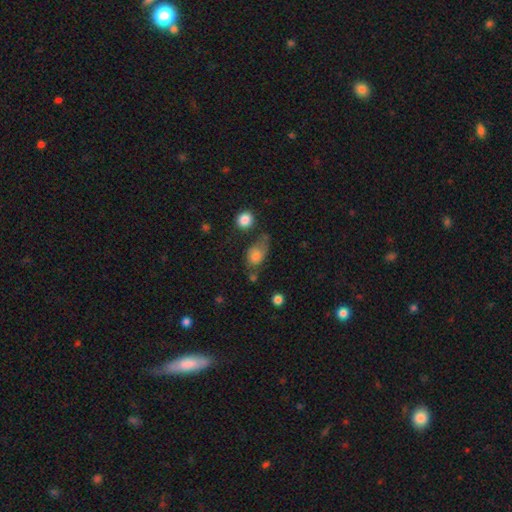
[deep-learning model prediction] A smooth galaxy with no disk features (71%) that is in between round and cigar-shaped (66%). Merging: none (34%).